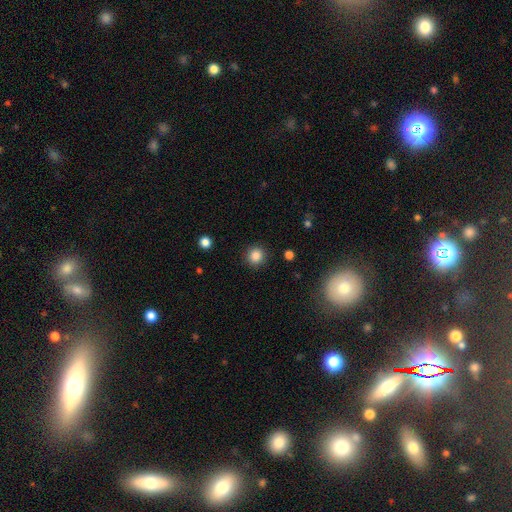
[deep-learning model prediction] Smooth or featured: smooth — 85% (star or artifact — 11%)
How rounded: round — 92% (in between — 7%)
Merging: none — 90% (minor disturbance — 6%)